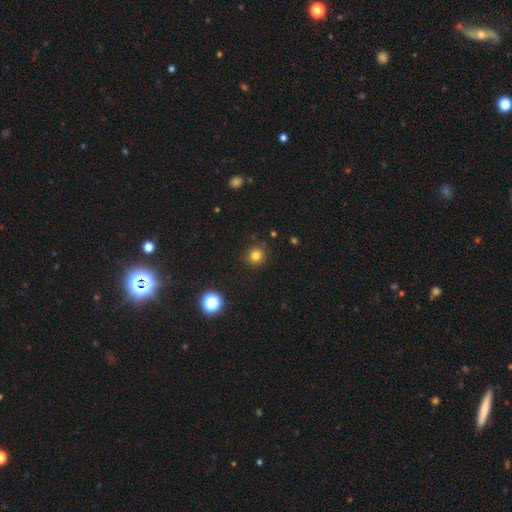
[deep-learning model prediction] Smooth or featured? smooth (80%)
How rounded? round (93%)
Merging? none (88%)